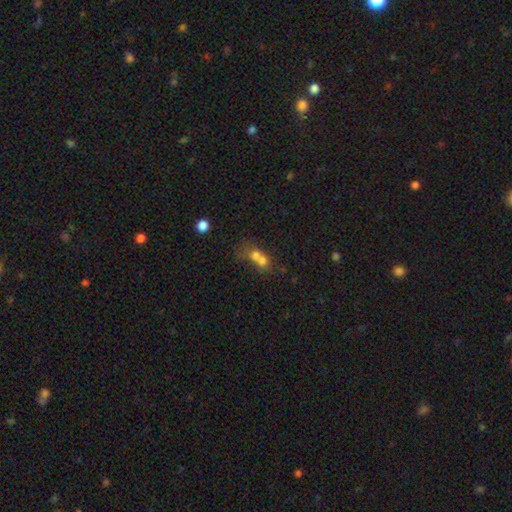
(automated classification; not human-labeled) This is likely a smooth galaxy (67%). How rounded: likely round (60%). Merging: likely merger (70%).